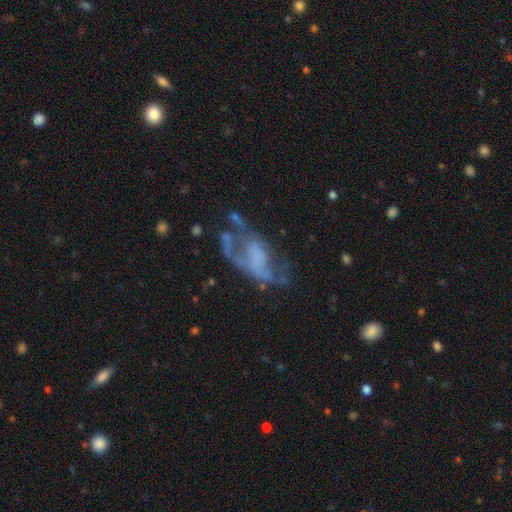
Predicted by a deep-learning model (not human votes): Smooth or featured: featured or disk — 61% (smooth — 22%)
Edge-on disk: no — 93% (yes — 7%)
Bar: no — 75% (weak — 18%)
Spiral arms: no — 63% (yes — 37%)
Bulge size: none — 65% (small — 14%)
Merging: major disturbance — 43% (none — 29%)